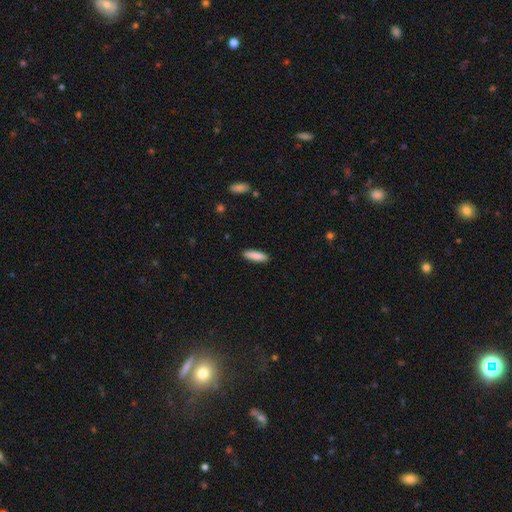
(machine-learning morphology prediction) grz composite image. It shows a smooth galaxy with no disk features (87%) that is cigar-shaped (60%). Merging: none (89%).